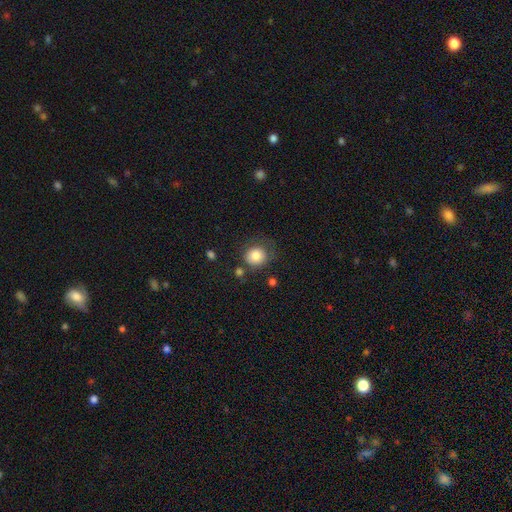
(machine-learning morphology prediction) Overall: smooth (82%). How rounded: round (78%). Merging: none (64%).